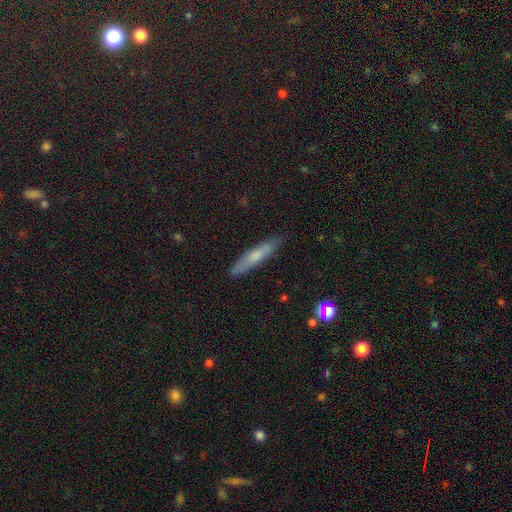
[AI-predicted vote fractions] Smooth or featured? smooth (61%)
How rounded? cigar-shaped (87%)
Merging? none (84%)